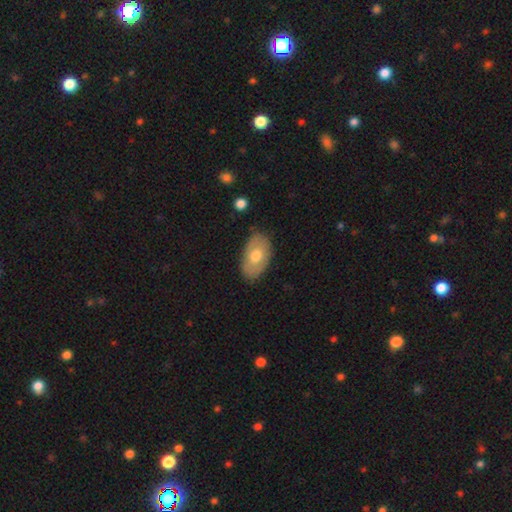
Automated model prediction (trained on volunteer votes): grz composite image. It shows a smooth galaxy with no disk features (61%) that is in between round and cigar-shaped (92%). Merging: none (82%).